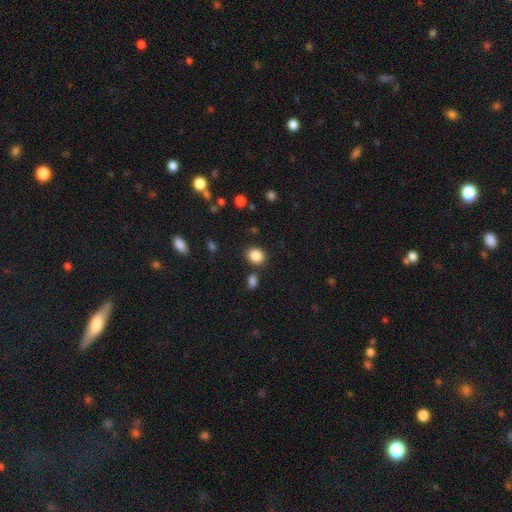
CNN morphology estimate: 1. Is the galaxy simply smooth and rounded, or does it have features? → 86% smooth, 10% star or artifact, 4% featured or disk.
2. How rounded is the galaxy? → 69% round, 30% in between, 1% cigar-shaped.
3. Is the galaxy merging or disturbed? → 82% none, 9% minor disturbance, 6% merger, 3% major disturbance.